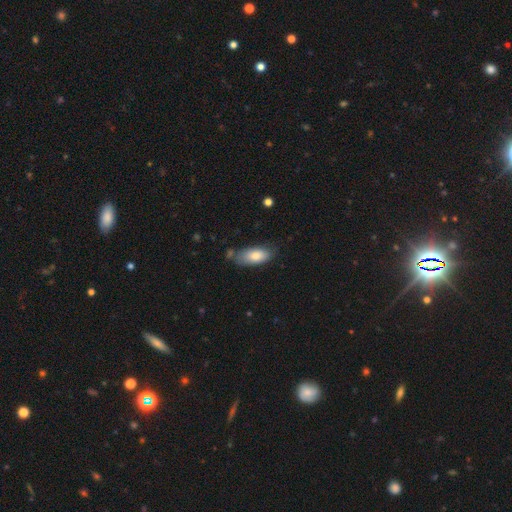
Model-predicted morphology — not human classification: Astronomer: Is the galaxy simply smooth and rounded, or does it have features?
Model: smooth — 79%.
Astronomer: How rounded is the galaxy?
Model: in between — 86%.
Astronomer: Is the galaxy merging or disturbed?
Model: none — 62%.